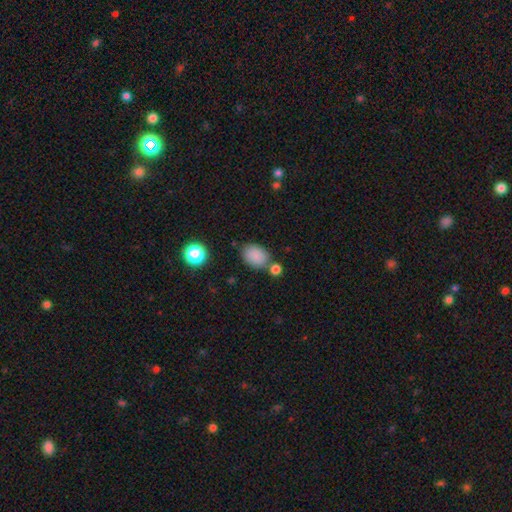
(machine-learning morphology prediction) A smooth galaxy with no disk features (86%) that is in between round and cigar-shaped (81%). Merging: none (69%).